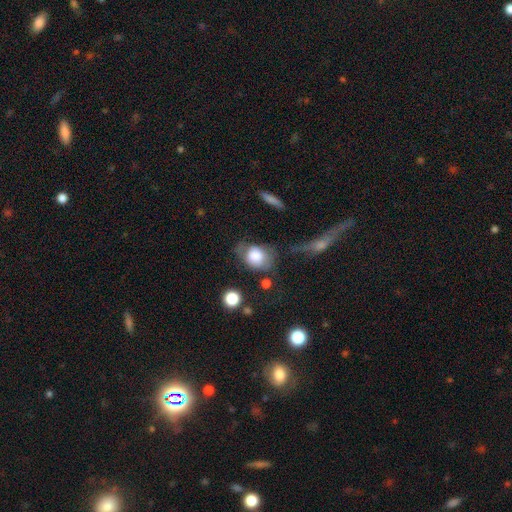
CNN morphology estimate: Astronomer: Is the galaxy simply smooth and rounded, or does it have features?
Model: smooth — 69%.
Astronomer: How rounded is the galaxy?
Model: in between — 60% (runner-up: round, 39%).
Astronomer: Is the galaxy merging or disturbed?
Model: none — 37% (runner-up: minor disturbance, 30%).